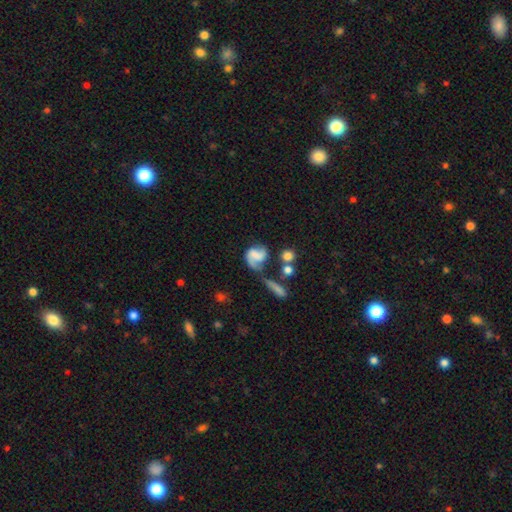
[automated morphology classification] smooth-or-featured: featured or disk: 66% | smooth: 25% | star or artifact: 9%
  disk-edge-on: no: 97% | yes: 3%
    bar: no: 48% | weak: 34% | strong: 18%
    has-spiral-arms: yes: 88% | no: 12%
      spiral-winding: loose: 48% | medium: 36% | tight: 16%
      spiral-arm-count: 2: 71% | 1: 20% | can't tell: 5% | 3: 1% | 4: 1% | more than 4: 1%
    bulge-size: none: 55% | small: 16% | moderate: 15% | large: 10% | dominant: 4%
  merging: none: 34% | major disturbance: 29% | minor disturbance: 19% | merger: 18%